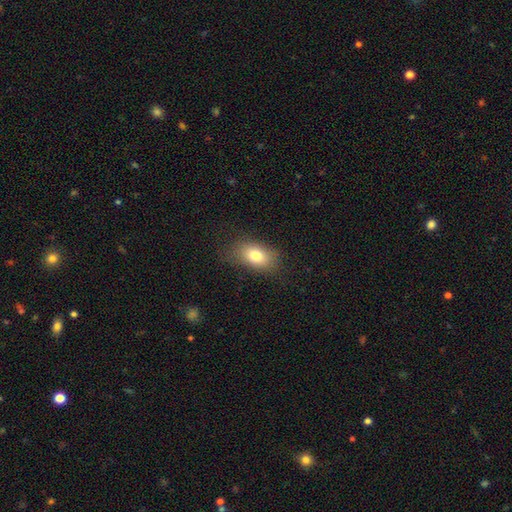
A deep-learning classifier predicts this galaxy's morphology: Smooth or featured? smooth (78%)
How rounded? in between (83%)
Merging? none (77%)